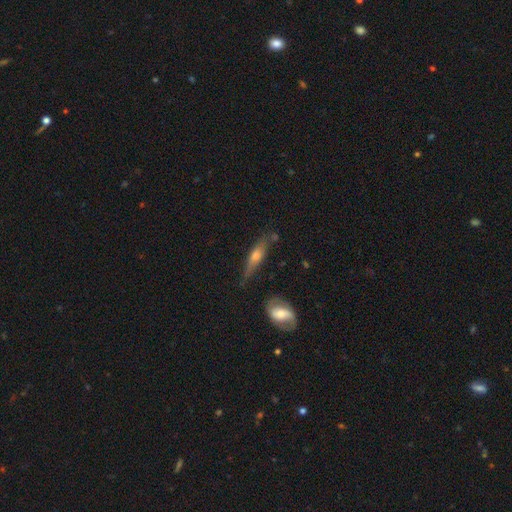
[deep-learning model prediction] The model was most divided on "smooth or featured": featured or disk: 55%, smooth: 38%, star or artifact: 7%. More confident: edge-on disk — yes (86%); merging — none (70%).